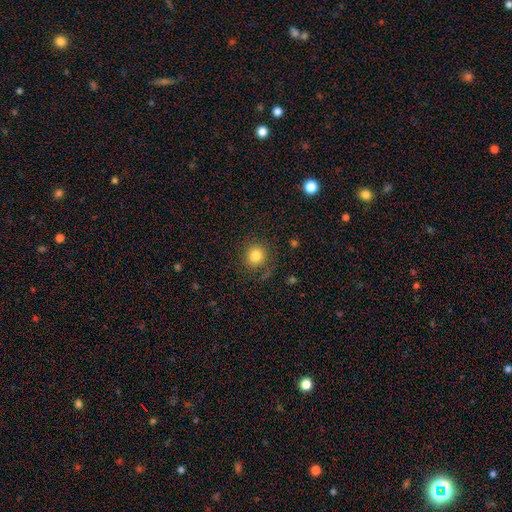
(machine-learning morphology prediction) smooth_or_featured: smooth (p=0.81) [alt: star or artifact p=0.11]
how_rounded: round (p=0.85) [alt: in between p=0.14]
merging: none (p=0.79) [alt: minor disturbance p=0.12]